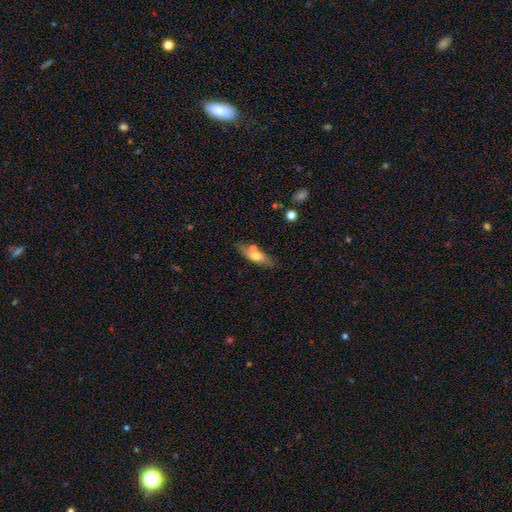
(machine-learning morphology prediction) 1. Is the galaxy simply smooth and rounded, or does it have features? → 59% smooth, 34% featured or disk, 7% star or artifact.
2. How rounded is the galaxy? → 57% in between, 40% cigar-shaped, 3% round.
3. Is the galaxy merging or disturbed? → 66% none, 16% minor disturbance, 14% merger, 4% major disturbance.